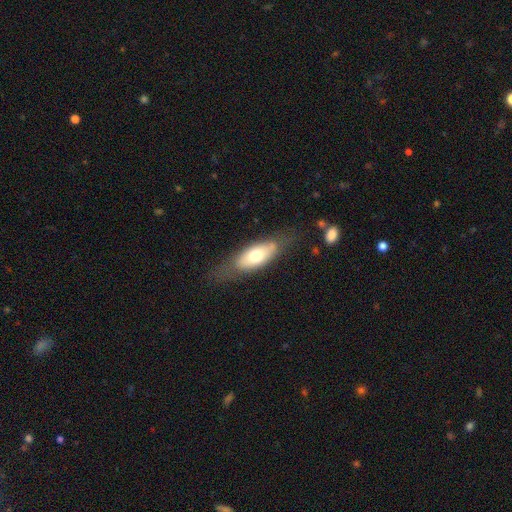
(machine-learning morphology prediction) smooth-or-featured: smooth: 62% | featured or disk: 31% | star or artifact: 6%
  how-rounded: in between: 75% | cigar-shaped: 22% | round: 3%
  merging: none: 65% | minor disturbance: 23% | major disturbance: 11% | merger: 2%